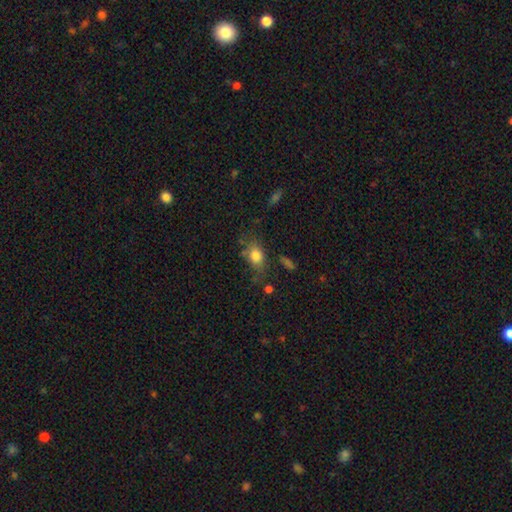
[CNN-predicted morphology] Smooth or featured?
  - smooth: 79% *
  - featured or disk: 11%
  - star or artifact: 10%
How rounded?
  - in between: 71% *
  - round: 26%
  - cigar-shaped: 3%
Merging?
  - none: 60% *
  - minor disturbance: 23%
  - major disturbance: 10%
  - merger: 6%